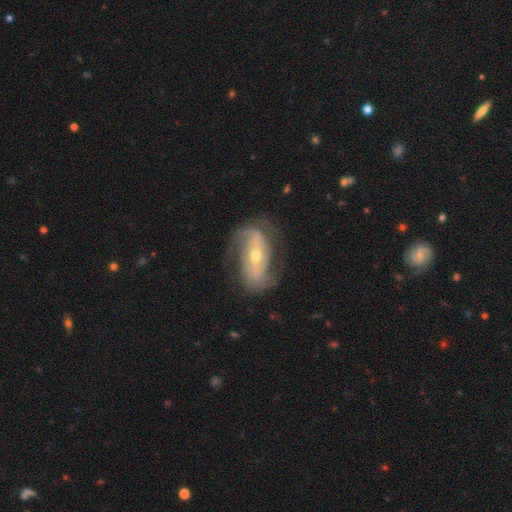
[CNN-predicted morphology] A featured or disk galaxy (83%) with no bar (37%), 2 (77%) medium (42%) spiral arms (91%) and a small central bulge (54%).

Vote fractions:
- Smooth or featured? featured or disk: 83% / smooth: 11% / star or artifact: 6%
- Edge-on disk? no: 94% / yes: 6%
- Bar? no: 37% / strong: 33% / weak: 30%
- Spiral arms? yes: 91% / no: 9%
- Spiral winding? medium: 42% / loose: 32% / tight: 26%
- Spiral arm count? 2: 77% / can't tell: 10% / 1: 6% / 3: 4% / 4: 1% / more than 4: 1%
- Bulge size? small: 54% / moderate: 42% / large: 2% / dominant: 1% / none: 1%
- Merging? none: 66% / minor disturbance: 20% / major disturbance: 13% / merger: 2%